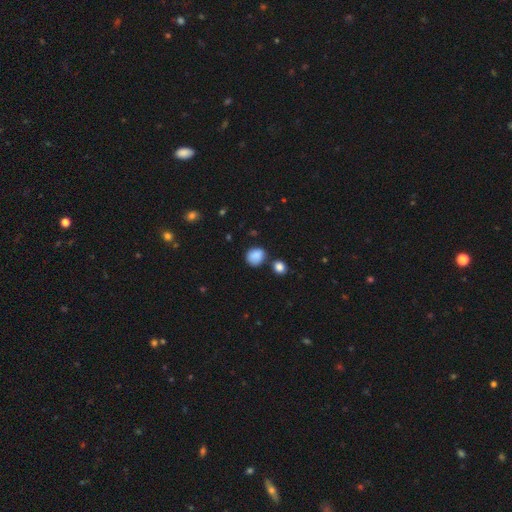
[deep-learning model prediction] Smooth or featured? Predicted: smooth (p=0.87). How rounded? Predicted: round (p=0.69). Merging? Predicted: none (p=0.70).